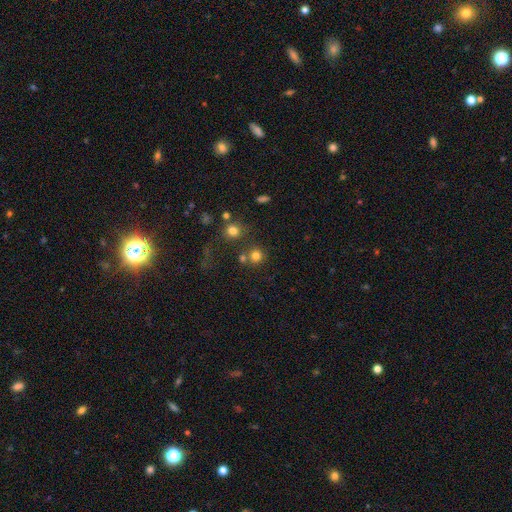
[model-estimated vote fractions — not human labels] Q: Smooth or featured?
A: smooth (76%); runner-up: star or artifact (16%)
Q: How rounded?
A: round (91%); runner-up: in between (8%)
Q: Merging?
A: none (69%); runner-up: merger (19%)